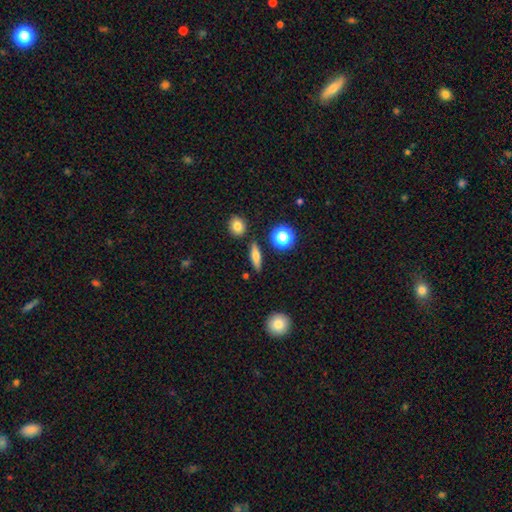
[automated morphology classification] smooth 63%, featured or disk 26%, star or artifact 11%. Down the decision tree: how rounded — cigar-shaped (54%); merging — none (87%).